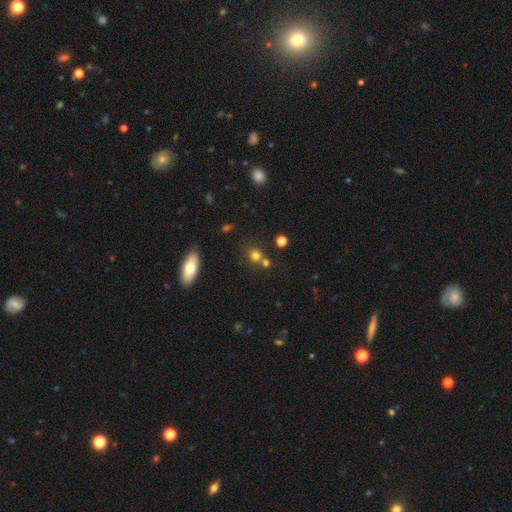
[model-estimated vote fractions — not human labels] Morphology: type=smooth (74%); roundness=round (83%); merging=none (61%).